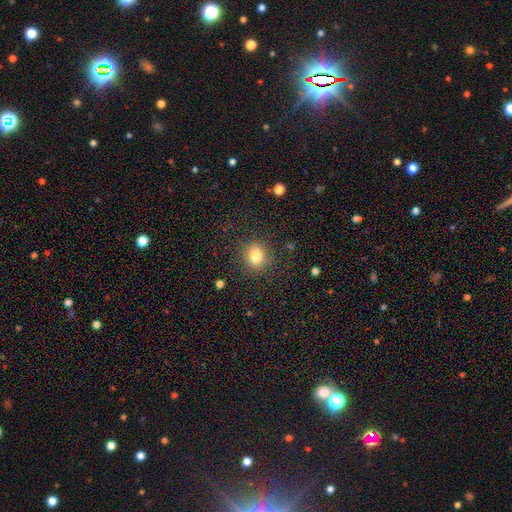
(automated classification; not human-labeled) A smooth galaxy with no disk features (81%) that is round (74%).

Vote fractions:
- Smooth or featured? smooth: 81% / star or artifact: 12% / featured or disk: 7%
- How rounded? round: 74% / in between: 25% / cigar-shaped: 1%
- Merging? none: 86% / minor disturbance: 9% / major disturbance: 4% / merger: 1%